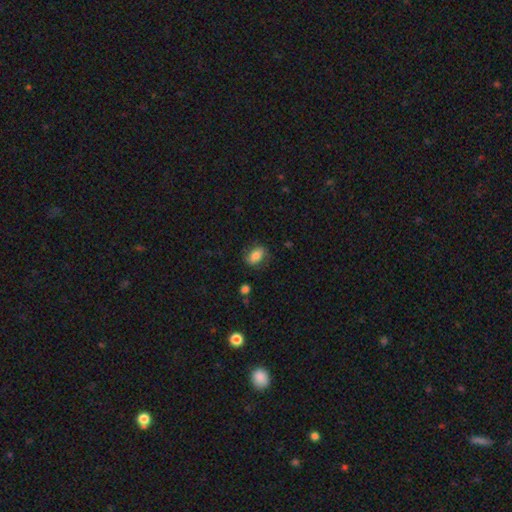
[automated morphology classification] Smooth or featured? Predicted: smooth (p=0.70). How rounded? Predicted: in between (p=0.82). Merging? Predicted: none (p=0.71).